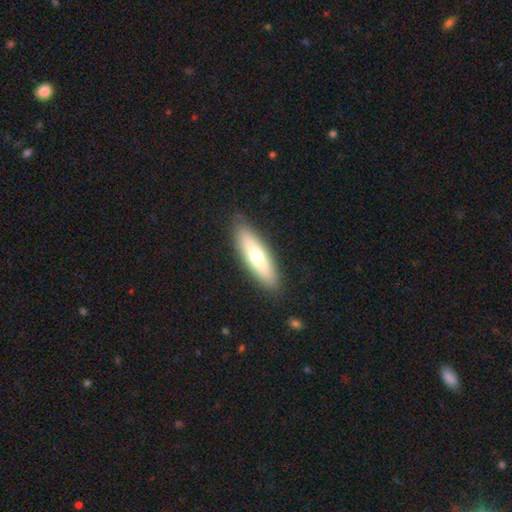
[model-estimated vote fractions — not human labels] Smooth or featured? smooth (65%)
How rounded? cigar-shaped (60%)
Merging? none (87%)